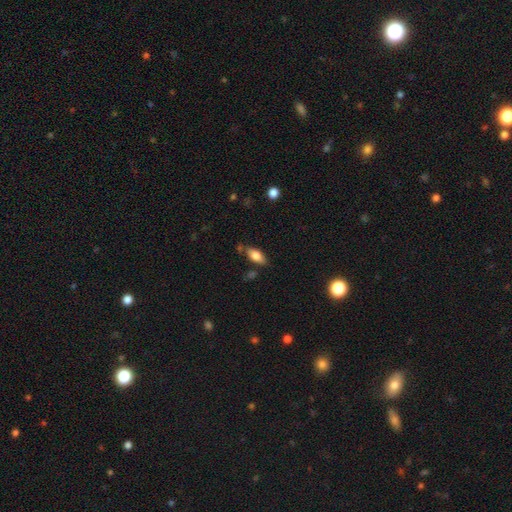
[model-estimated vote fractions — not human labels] A smooth galaxy with no disk features (76%) that is in between round and cigar-shaped (85%).

Vote fractions:
- Smooth or featured? smooth: 76% / featured or disk: 16% / star or artifact: 8%
- How rounded? in between: 85% / cigar-shaped: 11% / round: 3%
- Merging? none: 71% / minor disturbance: 18% / merger: 6% / major disturbance: 4%